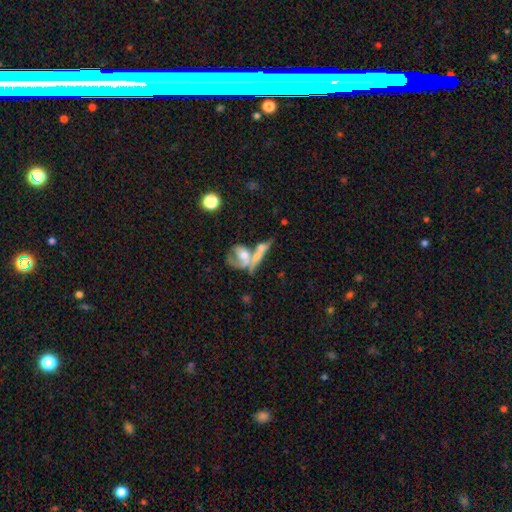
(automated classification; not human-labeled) This is possibly a featured or disk galaxy (57%). It is likely not viewed edge-on (73%). Merging: possibly merger (49%).